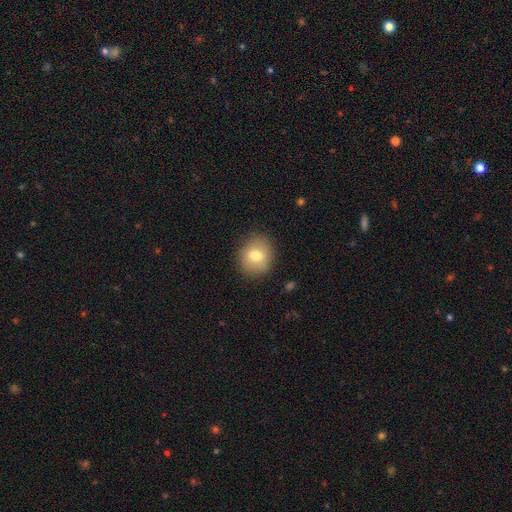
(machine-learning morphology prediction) Smooth or featured?
  - smooth: 75% *
  - featured or disk: 16%
  - star or artifact: 9%
How rounded?
  - round: 74% *
  - in between: 25%
  - cigar-shaped: 1%
Merging?
  - none: 87% *
  - minor disturbance: 9%
  - major disturbance: 3%
  - merger: 1%